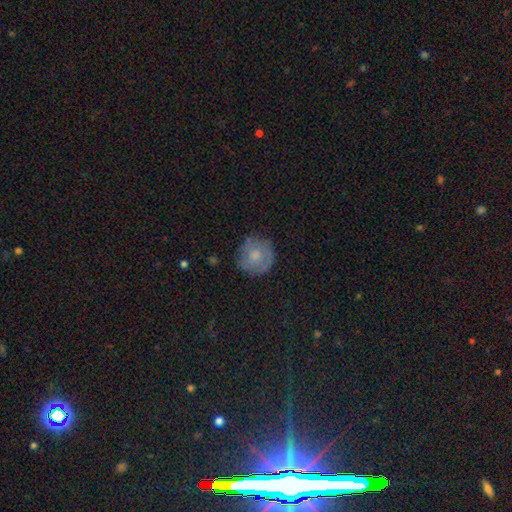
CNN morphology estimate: Smooth or featured: smooth — 62% (featured or disk — 30%)
How rounded: round — 92% (in between — 7%)
Merging: none — 75% (minor disturbance — 18%)